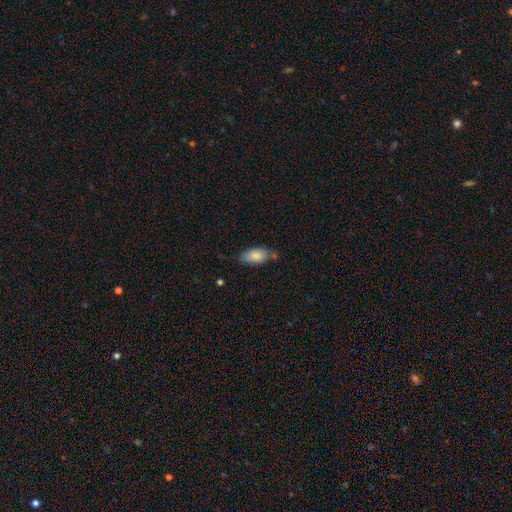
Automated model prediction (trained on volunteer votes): This appears to be a smooth galaxy with no disk features (82%) that is in between round and cigar-shaped (90%). Merging: none (62%).